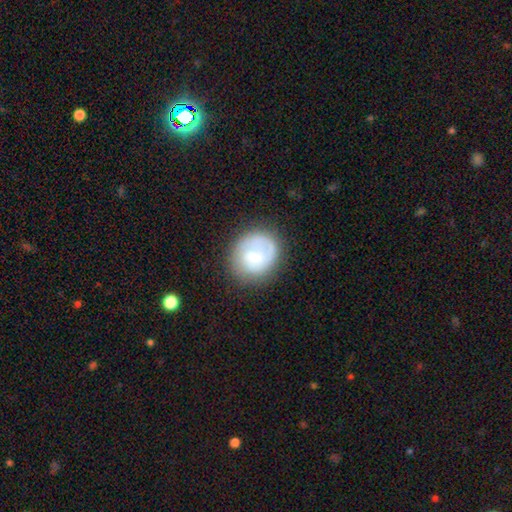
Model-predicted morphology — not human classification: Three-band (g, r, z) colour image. It shows a smooth galaxy with no disk features (54%) that is round (72%). Merging: none (65%).